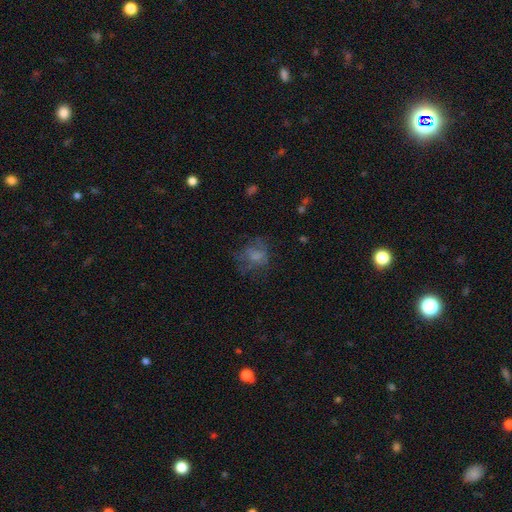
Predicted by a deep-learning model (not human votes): Smooth or featured? Predicted: smooth (p=0.57). How rounded? Predicted: round (p=0.61). Merging? Predicted: none (p=0.48).